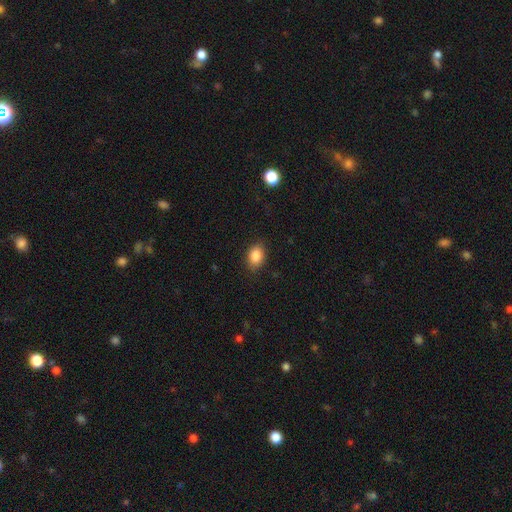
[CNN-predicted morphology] Overall: smooth (87%). How rounded: in between (75%). Merging: none (86%).